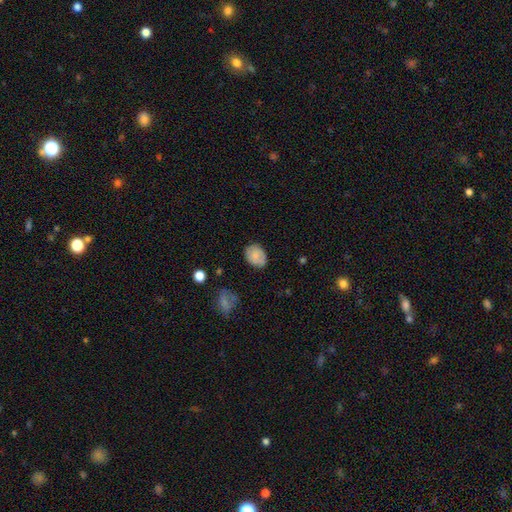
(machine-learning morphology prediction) Smooth or featured? Predicted: smooth (p=0.78). How rounded? Predicted: in between (p=0.62). Merging? Predicted: none (p=0.74).